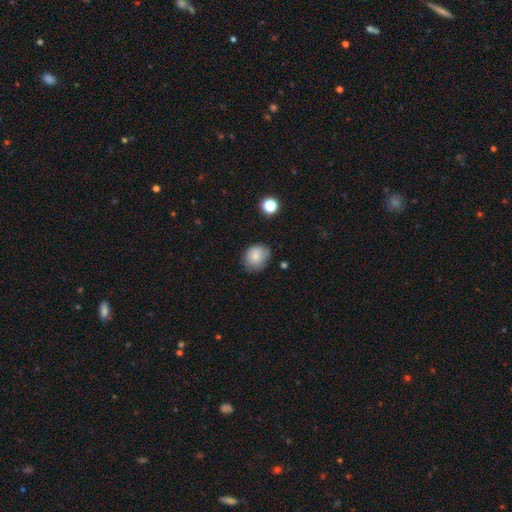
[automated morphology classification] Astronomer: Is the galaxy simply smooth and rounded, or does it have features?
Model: smooth — 79%.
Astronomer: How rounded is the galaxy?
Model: round — 58% (runner-up: in between, 41%).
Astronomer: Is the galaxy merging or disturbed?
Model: none — 69%.